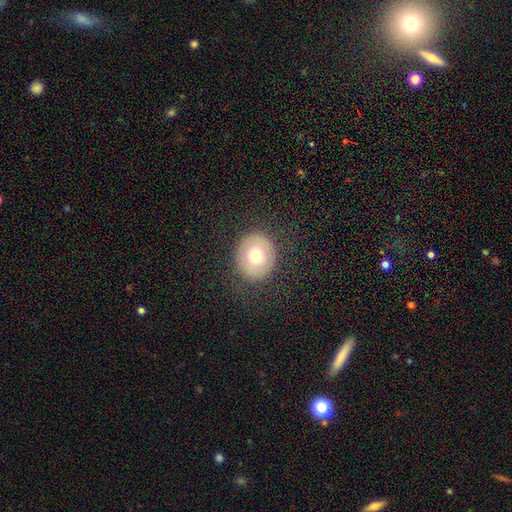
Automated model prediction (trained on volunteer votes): smooth-or-featured: smooth: 66% | featured or disk: 24% | star or artifact: 10%
  how-rounded: round: 79% | in between: 20% | cigar-shaped: 1%
  merging: none: 84% | minor disturbance: 10% | major disturbance: 6% | merger: 1%